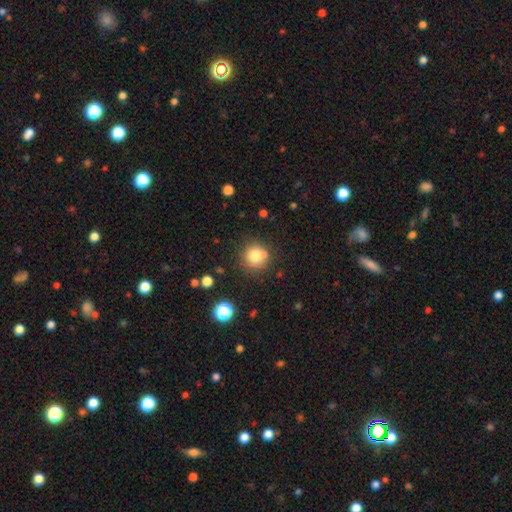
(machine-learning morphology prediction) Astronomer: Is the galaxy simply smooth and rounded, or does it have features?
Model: smooth — 77%.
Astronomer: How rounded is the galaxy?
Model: round — 92%.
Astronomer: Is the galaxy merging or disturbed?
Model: none — 69%.